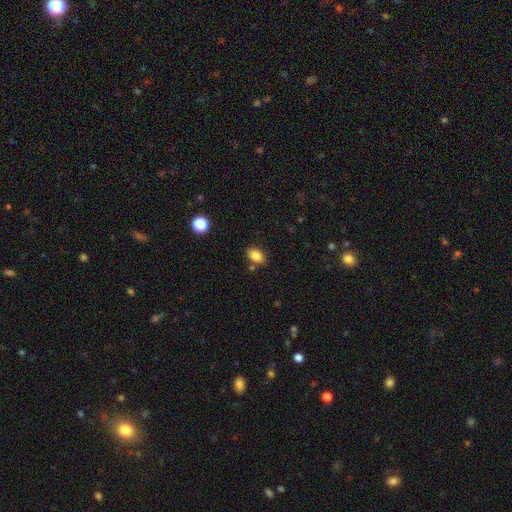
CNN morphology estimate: This is clearly a smooth galaxy (84%). How rounded: clearly in between (84%). Merging: clearly none (81%).